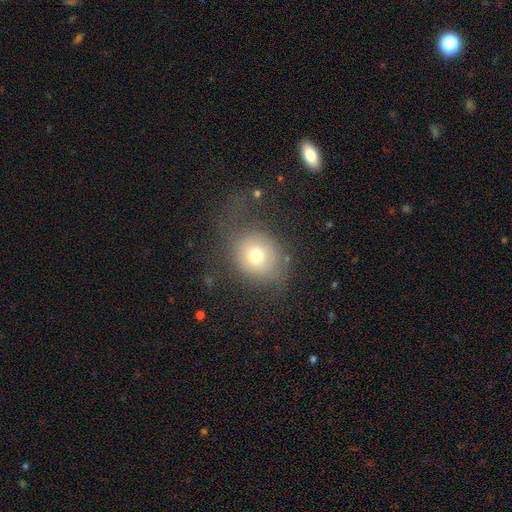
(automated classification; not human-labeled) Smooth or featured? Predicted: smooth (p=0.70). How rounded? Predicted: round (p=0.70). Merging? Predicted: none (p=0.53).